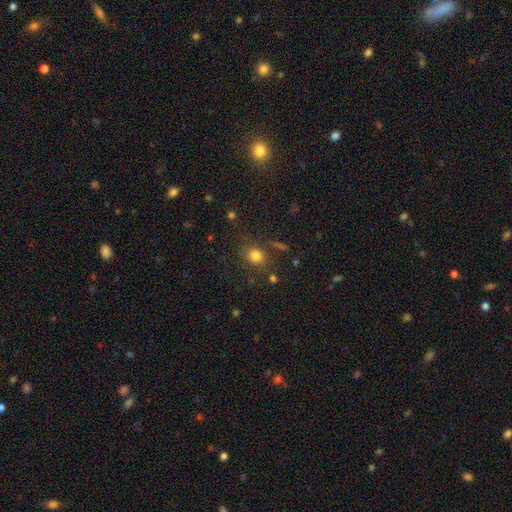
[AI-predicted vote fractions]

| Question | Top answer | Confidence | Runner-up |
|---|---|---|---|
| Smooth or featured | smooth | 79% | star or artifact (14%) |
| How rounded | round | 70% | in between (29%) |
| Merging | none | 78% | minor disturbance (12%) |